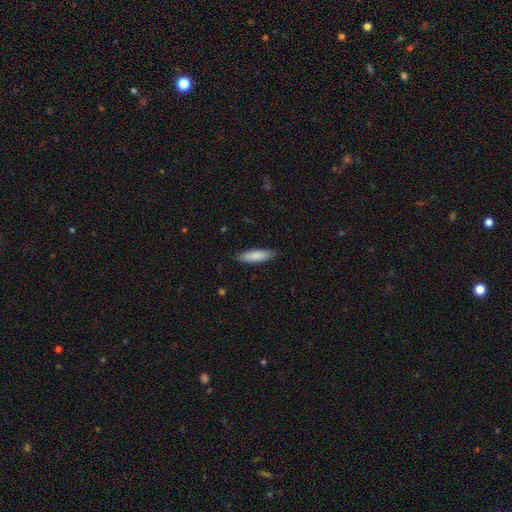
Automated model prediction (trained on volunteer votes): This is clearly a smooth galaxy (85%). How rounded: possibly cigar-shaped (56%). Merging: clearly none (86%).